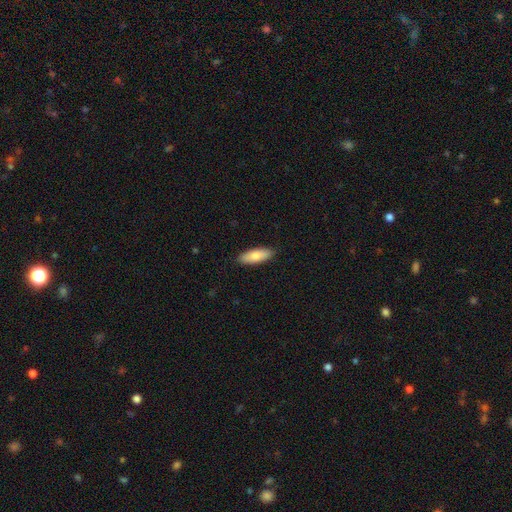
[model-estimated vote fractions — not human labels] Smooth or featured: smooth — 80% (featured or disk — 14%)
How rounded: in between — 68% (cigar-shaped — 30%)
Merging: none — 89% (minor disturbance — 8%)